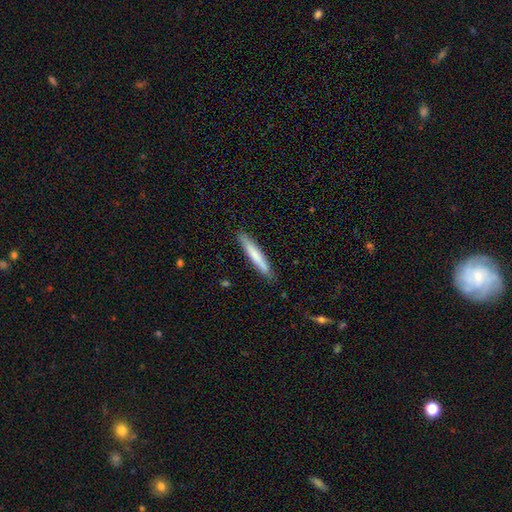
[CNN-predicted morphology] type=smooth (71%); roundness=cigar-shaped (94%); merging=none (87%).